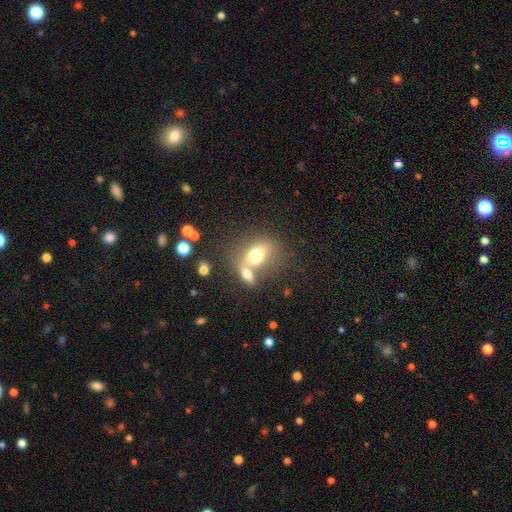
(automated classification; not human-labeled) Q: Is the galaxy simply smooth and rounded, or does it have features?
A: smooth — 70%.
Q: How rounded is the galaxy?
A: in between — 74%.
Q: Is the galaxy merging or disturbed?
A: merger — 45%.